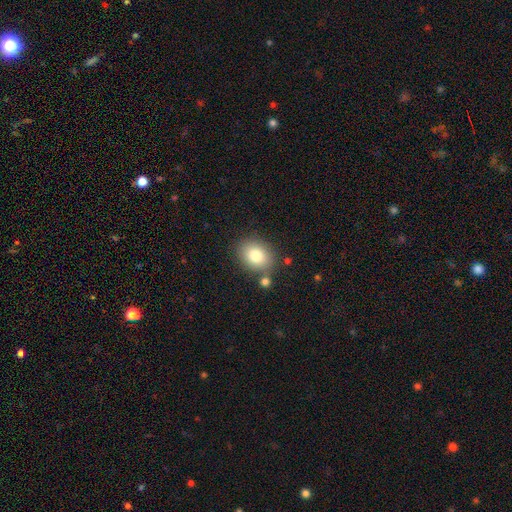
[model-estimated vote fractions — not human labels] A smooth galaxy with no disk features (80%) that is in between round and cigar-shaped (53%). Merging: none (79%).